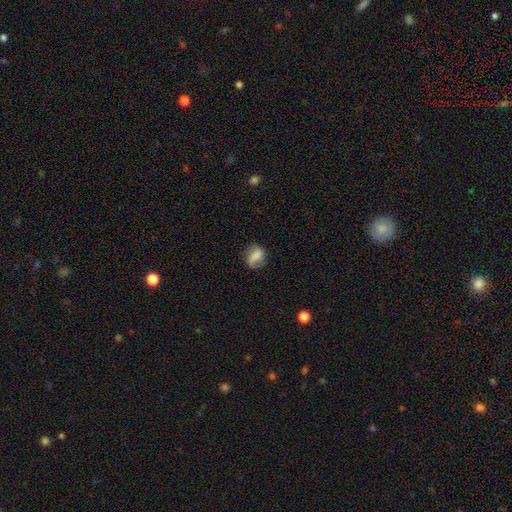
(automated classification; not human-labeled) This appears to be a smooth galaxy with no disk features (66%) that is in between round and cigar-shaped (54%). Merging: none (57%).